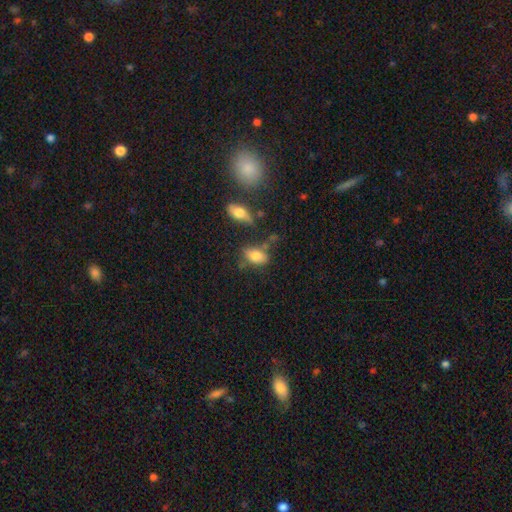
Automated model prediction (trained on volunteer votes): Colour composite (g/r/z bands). It shows a smooth galaxy with no disk features (80%) that is in between round and cigar-shaped (89%). Merging: none (61%).